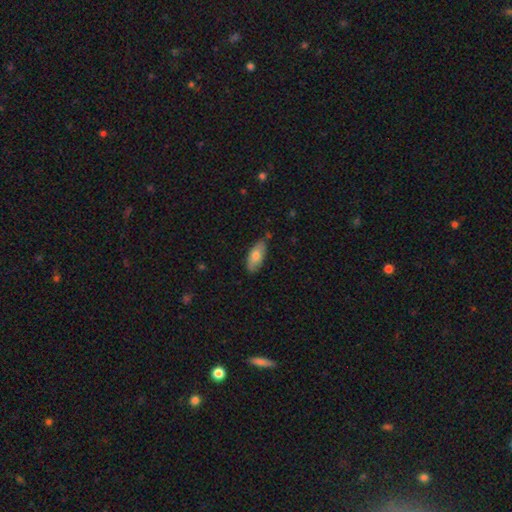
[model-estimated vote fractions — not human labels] A smooth galaxy with no disk features (74%) that is in between round and cigar-shaped (85%). Merging: none (79%).